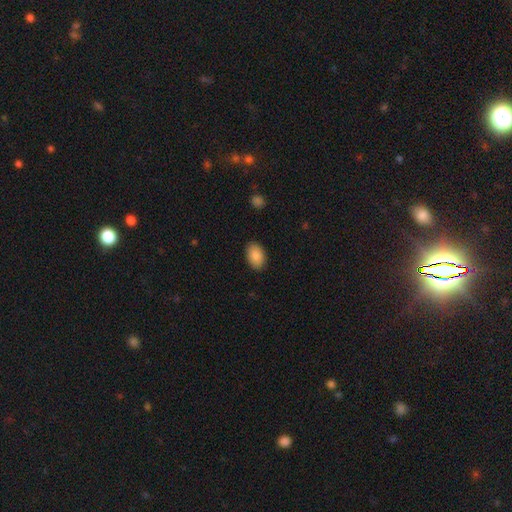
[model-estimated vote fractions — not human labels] Smooth or featured? smooth (88%)
How rounded? in between (90%)
Merging? none (88%)